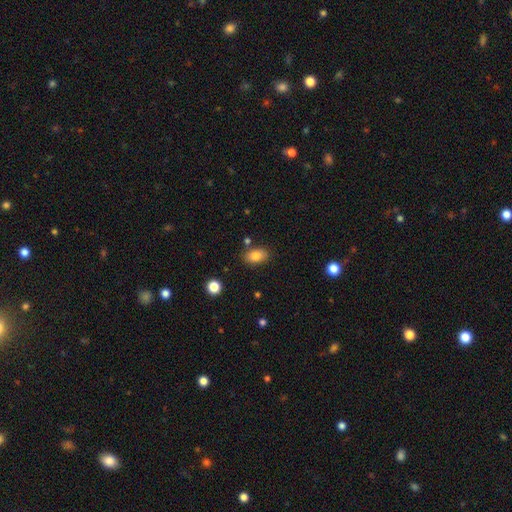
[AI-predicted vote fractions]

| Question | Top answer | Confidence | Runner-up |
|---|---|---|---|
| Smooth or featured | smooth | 83% | star or artifact (9%) |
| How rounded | in between | 87% | round (11%) |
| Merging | none | 79% | minor disturbance (12%) |